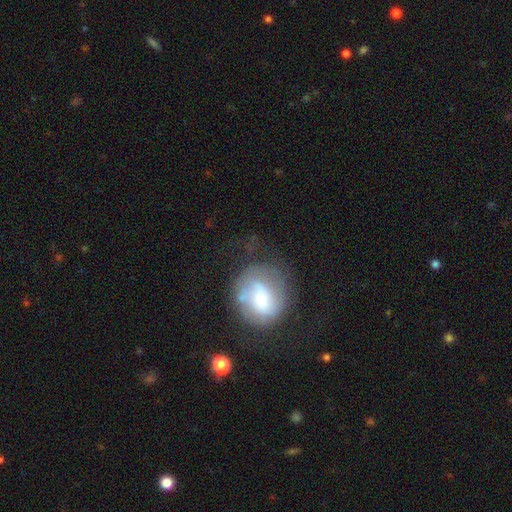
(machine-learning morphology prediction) smooth_or_featured: featured or disk (p=0.48) [alt: smooth p=0.36]
merging: none (p=0.61) [alt: minor disturbance p=0.20]